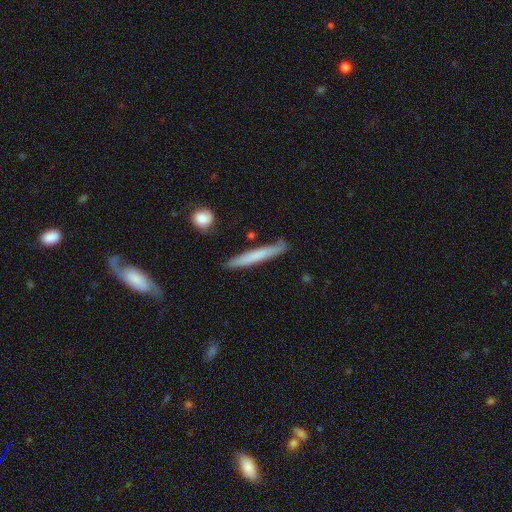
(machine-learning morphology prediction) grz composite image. It shows a smooth galaxy with no disk features (63%) that is cigar-shaped (96%). Merging: none (81%).